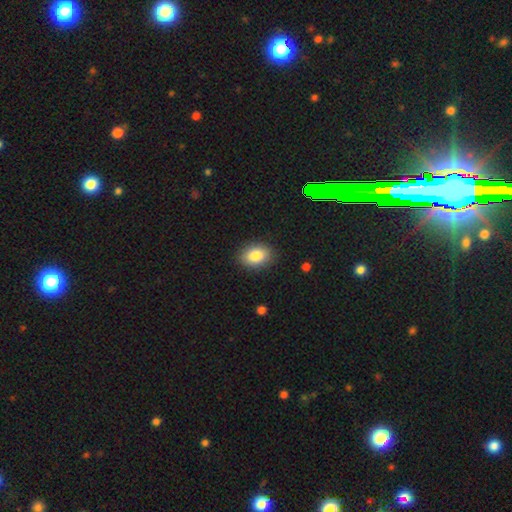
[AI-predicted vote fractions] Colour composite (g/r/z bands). It shows a smooth galaxy with no disk features (84%) that is in between round and cigar-shaped (76%). Merging: none (88%).